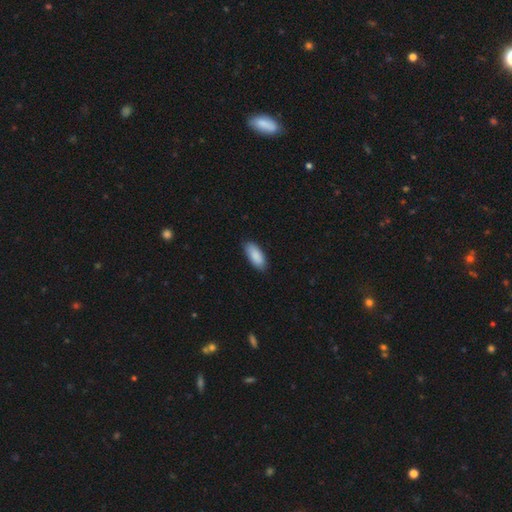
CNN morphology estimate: Overall: smooth (89%). How rounded: in between (86%). Merging: none (83%).